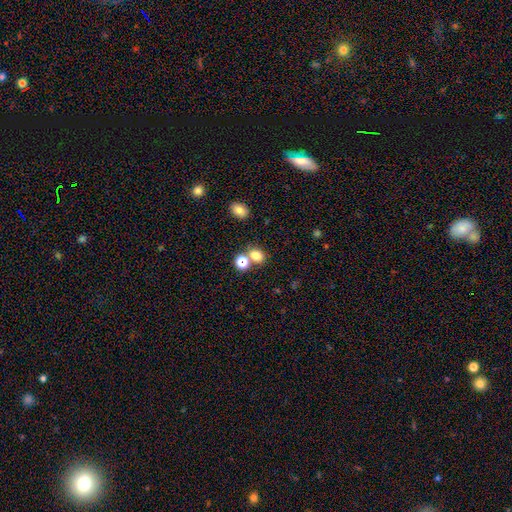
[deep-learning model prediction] This appears to be a smooth galaxy with no disk features (76%) that is round (50%). Merging: none (60%).